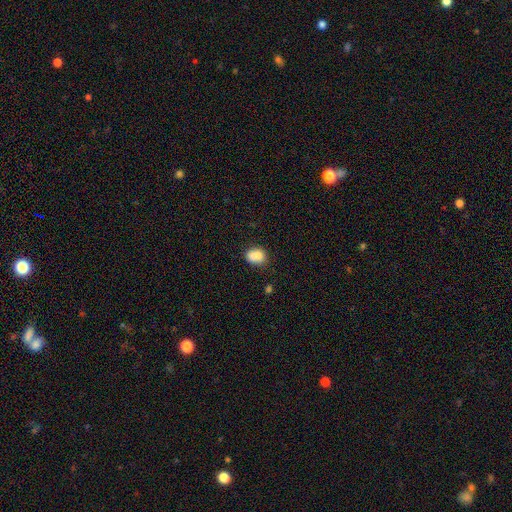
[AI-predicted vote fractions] Morphology: type=smooth (85%); roundness=in between (60%); merging=none (65%).